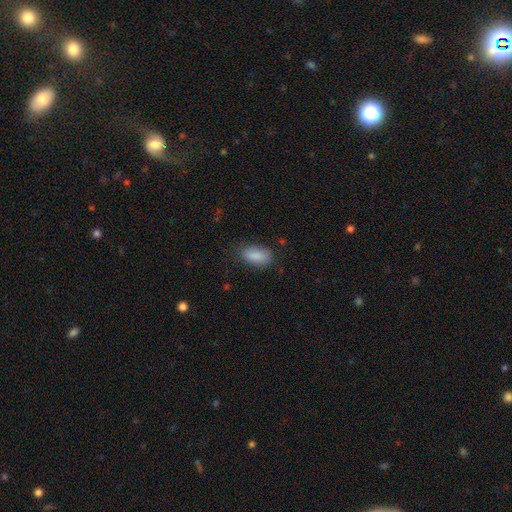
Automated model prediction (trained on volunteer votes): smooth_or_featured: smooth (p=0.88) [alt: star or artifact p=0.07]
how_rounded: in between (p=0.91) [alt: cigar-shaped p=0.05]
merging: none (p=0.76) [alt: minor disturbance p=0.17]